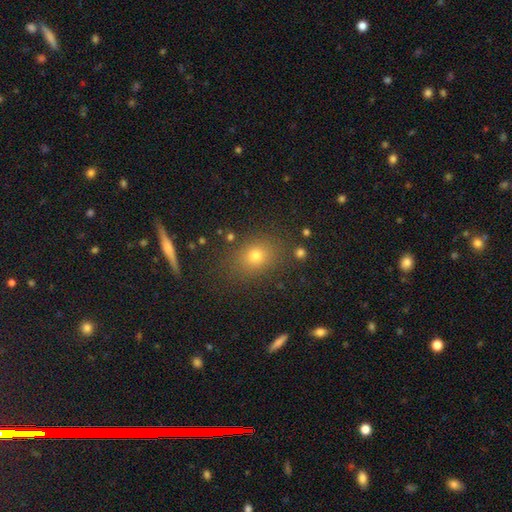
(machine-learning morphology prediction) This is likely a smooth galaxy (69%). How rounded: possibly round (54%). Merging: clearly none (83%).